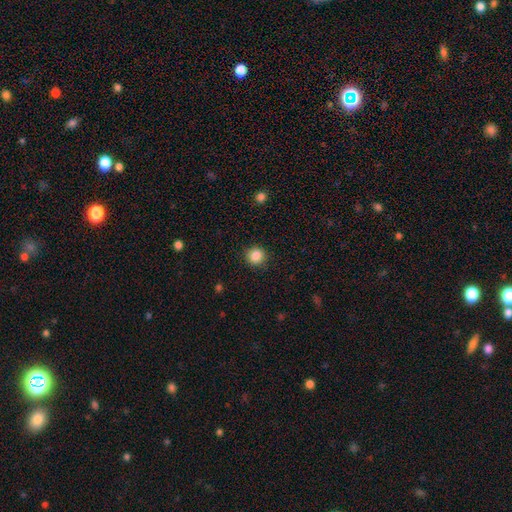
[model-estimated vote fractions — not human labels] smooth-or-featured: smooth: 86% | star or artifact: 10% | featured or disk: 4%
  how-rounded: round: 91% | in between: 8% | cigar-shaped: 1%
  merging: none: 90% | minor disturbance: 7% | major disturbance: 2% | merger: 1%